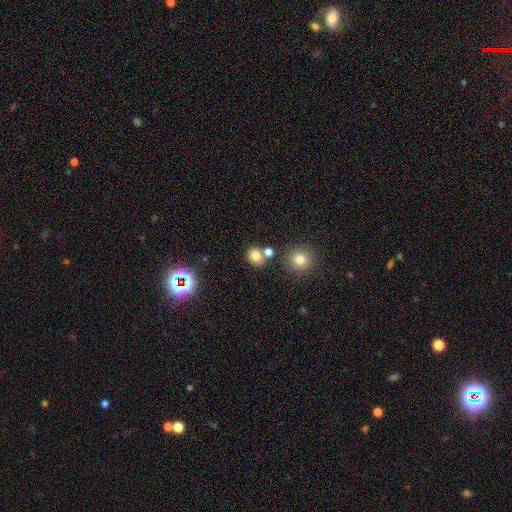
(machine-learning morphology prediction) smooth 77%, star or artifact 15%, featured or disk 8%. Down the decision tree: how rounded — round (71%); merging — none (67%).